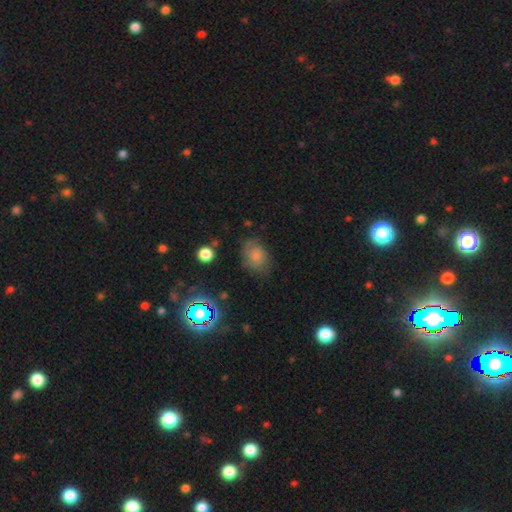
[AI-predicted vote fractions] smooth 59%, featured or disk 27%, star or artifact 14%. Down the decision tree: how rounded — in between (68%); merging — none (59%).